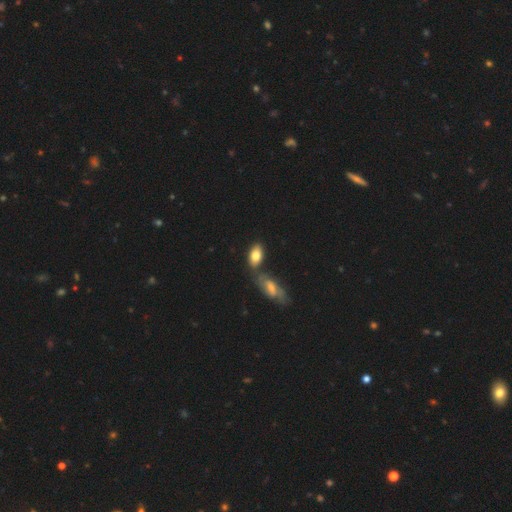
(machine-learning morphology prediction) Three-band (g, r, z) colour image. It shows a smooth galaxy with no disk features (76%) that is in between round and cigar-shaped (89%). Merging: none (53%).